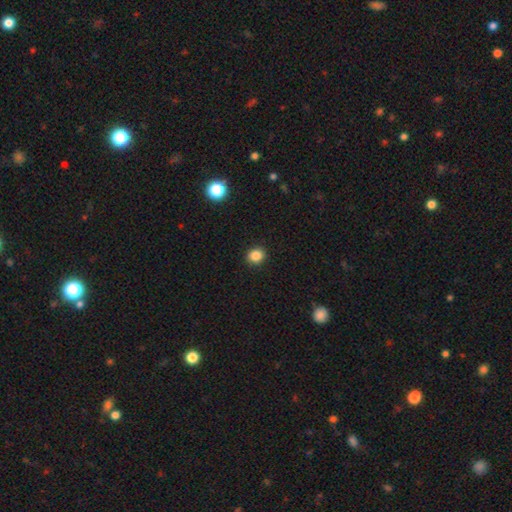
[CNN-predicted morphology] Q: Smooth or featured?
A: smooth (85%); runner-up: star or artifact (11%)
Q: How rounded?
A: round (79%); runner-up: in between (20%)
Q: Merging?
A: none (92%); runner-up: minor disturbance (5%)